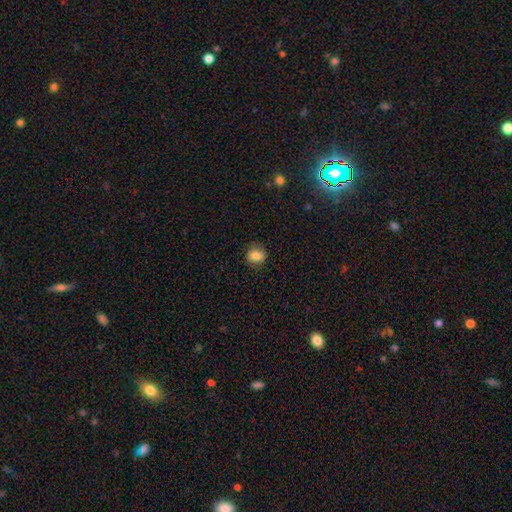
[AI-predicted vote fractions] Q: Smooth or featured?
A: smooth (80%); runner-up: featured or disk (11%)
Q: How rounded?
A: round (72%); runner-up: in between (27%)
Q: Merging?
A: none (78%); runner-up: minor disturbance (16%)